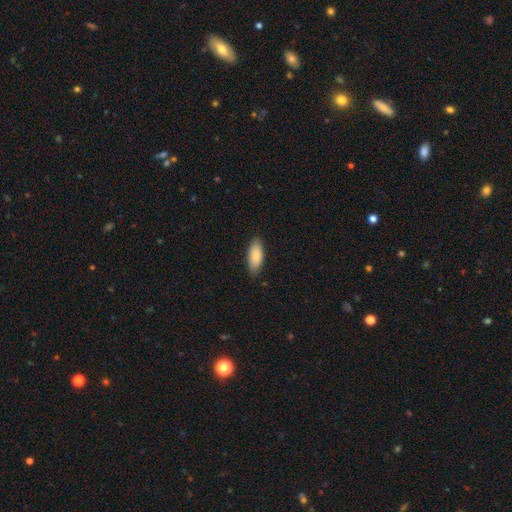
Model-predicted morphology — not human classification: The model was most divided on "how rounded": in between: 79%, cigar-shaped: 19%, round: 2%. More confident: smooth or featured — smooth (85%); merging — none (85%).